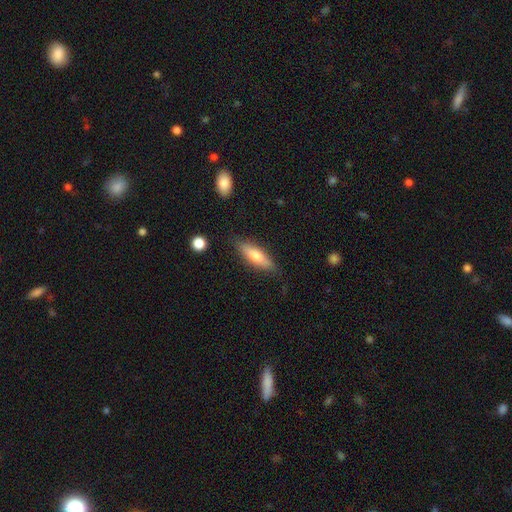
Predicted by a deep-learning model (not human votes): This appears to be a smooth galaxy with no disk features (65%) that is cigar-shaped (55%). Merging: none (81%).